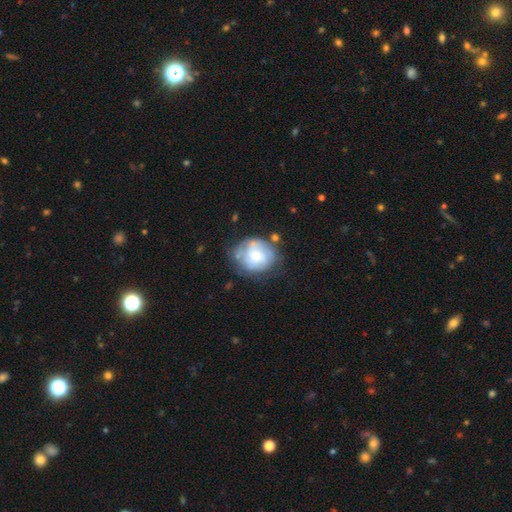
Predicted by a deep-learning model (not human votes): A smooth galaxy with no disk features (47%).

Vote fractions:
- Smooth or featured? smooth: 47% / featured or disk: 46% / star or artifact: 7%
- Merging? none: 55% / minor disturbance: 25% / major disturbance: 13% / merger: 6%